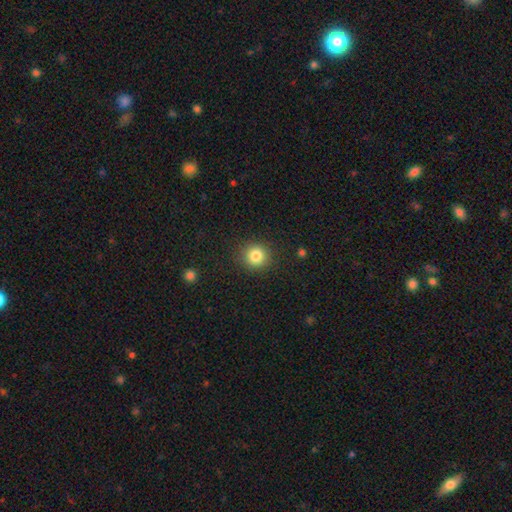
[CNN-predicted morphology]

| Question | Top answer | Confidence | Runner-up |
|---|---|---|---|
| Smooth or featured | smooth | 83% | star or artifact (11%) |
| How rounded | round | 92% | in between (8%) |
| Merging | none | 90% | minor disturbance (7%) |